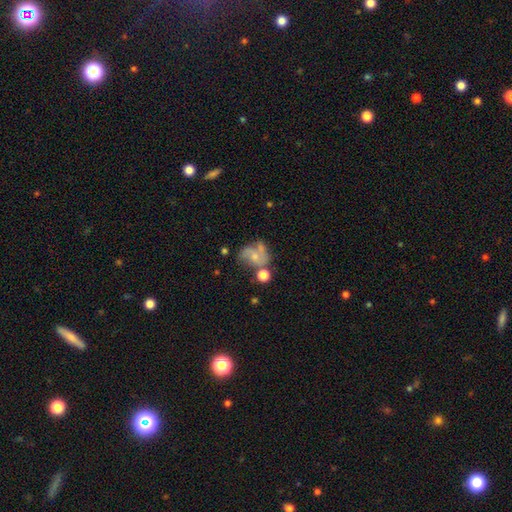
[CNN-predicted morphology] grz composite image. It shows a featured or disk galaxy (62%) with no bar (67%), 2 (59%) medium (45%) spiral arms (84%) and a small central bulge (56%). Merging: none (37%).